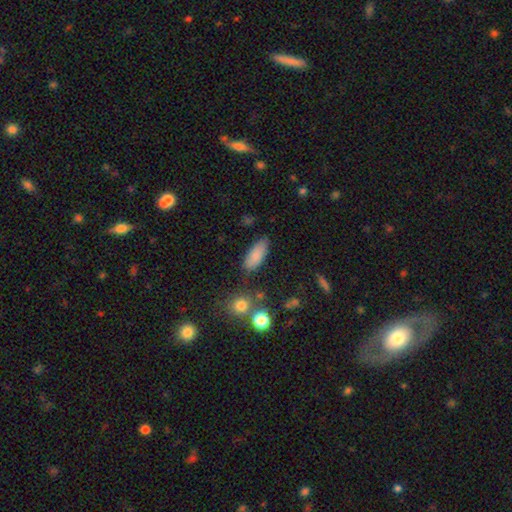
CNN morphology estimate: A smooth galaxy with no disk features (85%) that is in between round and cigar-shaped (78%). Merging: none (76%).